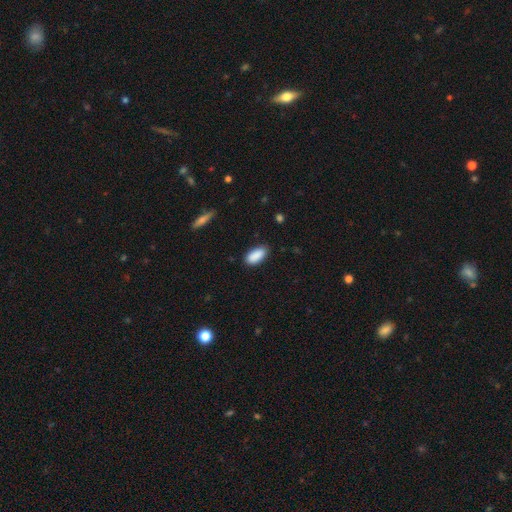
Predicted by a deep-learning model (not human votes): Q: Smooth or featured?
A: smooth (90%); runner-up: star or artifact (7%)
Q: How rounded?
A: in between (90%); runner-up: cigar-shaped (7%)
Q: Merging?
A: none (85%); runner-up: minor disturbance (12%)